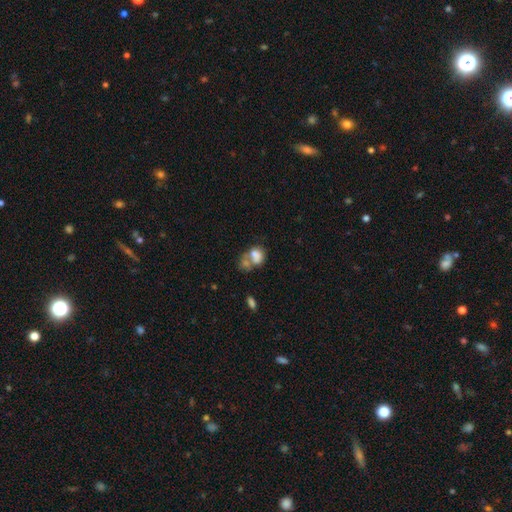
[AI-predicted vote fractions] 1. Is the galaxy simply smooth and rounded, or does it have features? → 69% smooth, 21% featured or disk, 10% star or artifact.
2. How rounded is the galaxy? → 59% in between, 39% round, 1% cigar-shaped.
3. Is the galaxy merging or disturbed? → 62% merger, 19% none, 10% major disturbance, 9% minor disturbance.